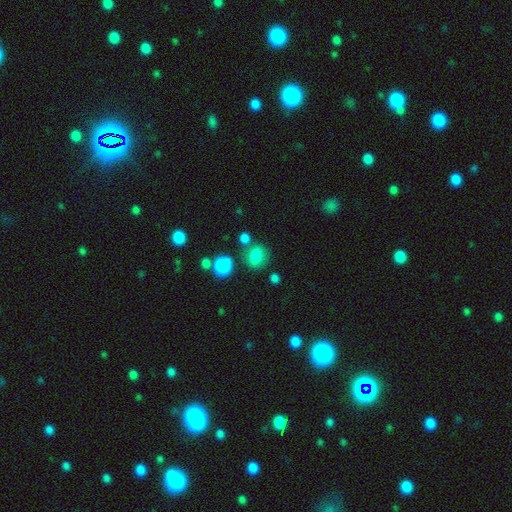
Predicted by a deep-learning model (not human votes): smooth_or_featured: smooth (p=0.79) [alt: star or artifact p=0.12]
how_rounded: round (p=0.66) [alt: in between p=0.33]
merging: none (p=0.68) [alt: minor disturbance p=0.15]